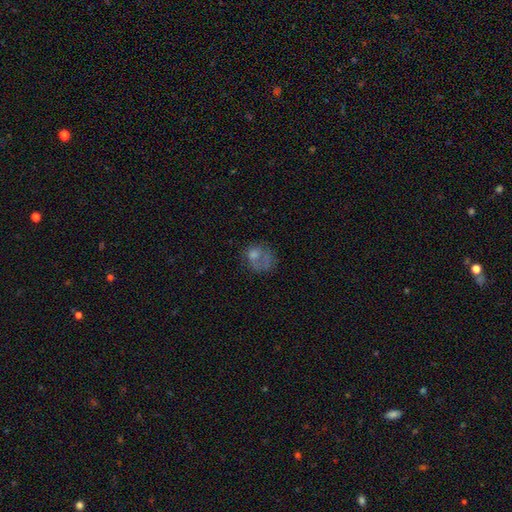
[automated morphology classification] type=smooth (55%); roundness=round (62%); merging=major disturbance (37%).